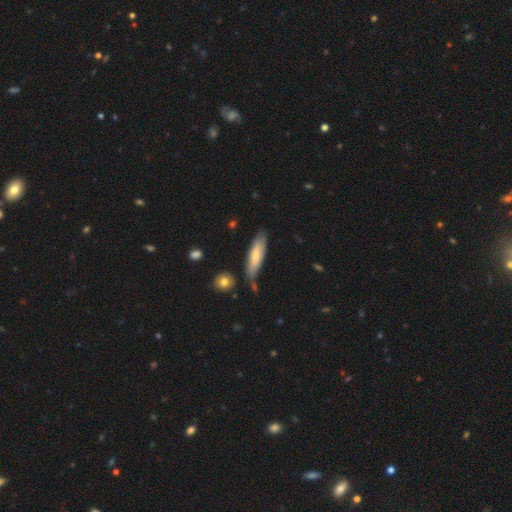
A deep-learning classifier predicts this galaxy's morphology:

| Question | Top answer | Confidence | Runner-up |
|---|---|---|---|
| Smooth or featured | smooth | 68% | featured or disk (27%) |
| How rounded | cigar-shaped | 64% | in between (35%) |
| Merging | none | 68% | minor disturbance (22%) |